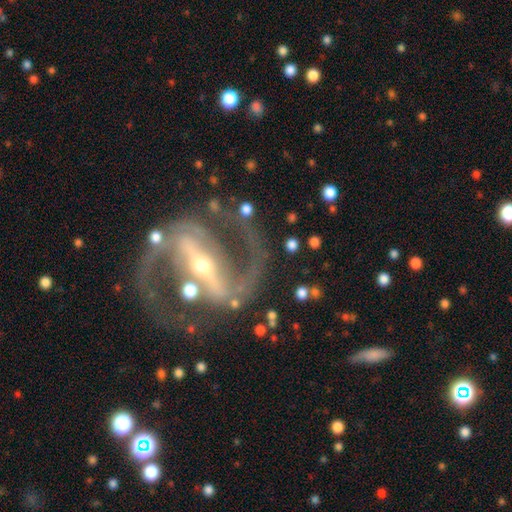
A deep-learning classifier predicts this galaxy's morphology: Smooth or featured?
  - featured or disk: 92% *
  - star or artifact: 5%
  - smooth: 3%
Edge-on disk?
  - no: 96% *
  - yes: 4%
Bar?
  - strong: 80% *
  - weak: 14%
  - no: 6%
Spiral arms?
  - yes: 97% *
  - no: 3%
Spiral winding?
  - medium: 61% *
  - tight: 21%
  - loose: 18%
Spiral arm count?
  - 2: 94% *
  - can't tell: 2%
  - 3: 1%
  - 1: 1%
  - 4: 1%
  - more than 4: 1%
Bulge size?
  - small: 61% *
  - moderate: 33%
  - large: 3%
  - none: 2%
  - dominant: 1%
Merging?
  - none: 77% *
  - minor disturbance: 12%
  - major disturbance: 8%
  - merger: 2%